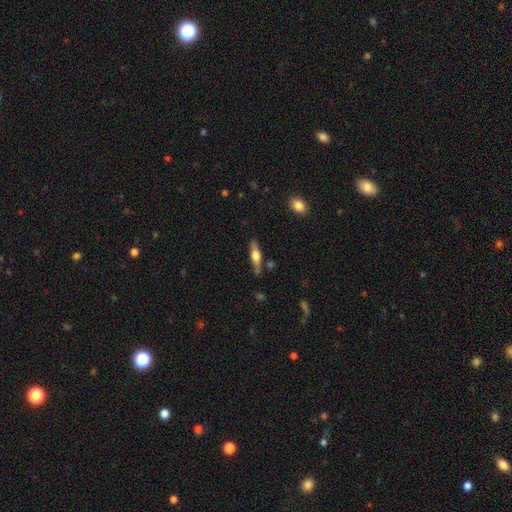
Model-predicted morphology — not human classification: A featured or disk galaxy (61%) viewed edge-on (95%) with a rounded central bulge (91%).

Vote fractions:
- Smooth or featured? featured or disk: 61% / smooth: 32% / star or artifact: 6%
- Edge-on disk? yes: 95% / no: 5%
- Edge-on bulge? rounded: 91% / boxy: 7% / none: 2%
- Merging? none: 80% / minor disturbance: 13% / merger: 4% / major disturbance: 3%